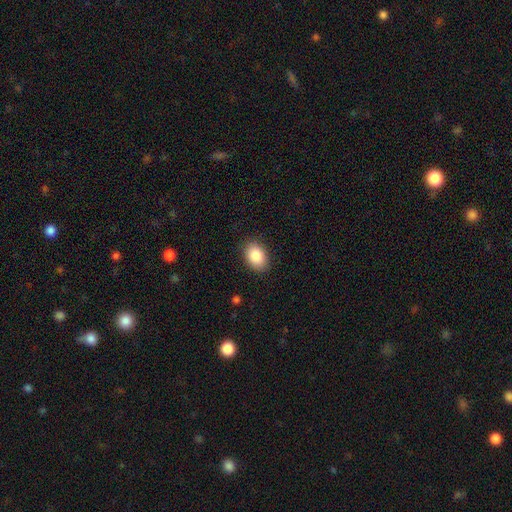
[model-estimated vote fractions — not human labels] smooth-or-featured: smooth: 87% | star or artifact: 7% | featured or disk: 6%
  how-rounded: in between: 82% | round: 17% | cigar-shaped: 1%
  merging: none: 87% | minor disturbance: 9% | major disturbance: 2% | merger: 1%